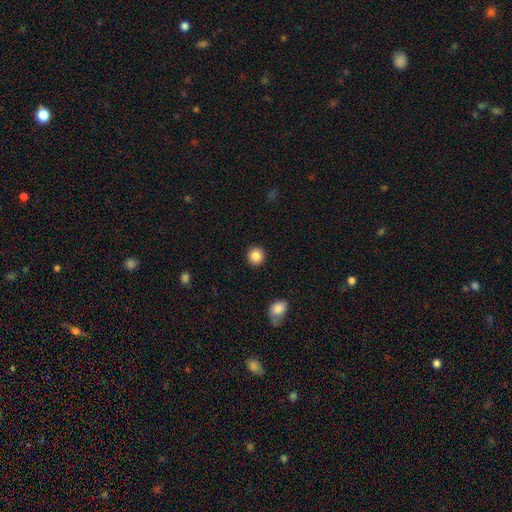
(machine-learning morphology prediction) Smooth or featured?
  - smooth: 86% *
  - star or artifact: 9%
  - featured or disk: 4%
How rounded?
  - round: 93% *
  - in between: 6%
  - cigar-shaped: 1%
Merging?
  - none: 92% *
  - minor disturbance: 5%
  - major disturbance: 2%
  - merger: 1%